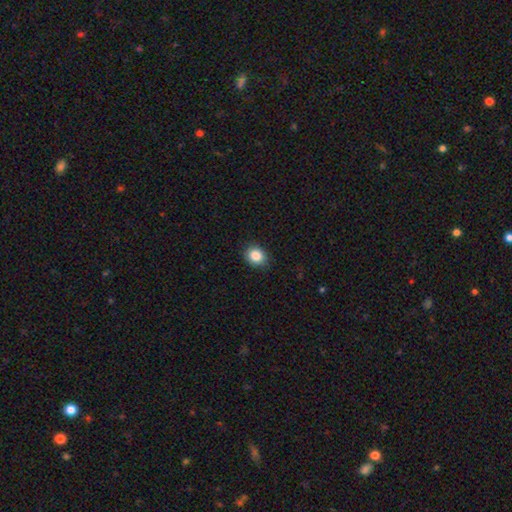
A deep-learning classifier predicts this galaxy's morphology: A smooth galaxy with no disk features (86%) that is round (67%).

Vote fractions:
- Smooth or featured? smooth: 86% / star or artifact: 9% / featured or disk: 4%
- How rounded? round: 67% / in between: 32% / cigar-shaped: 1%
- Merging? none: 88% / minor disturbance: 9% / major disturbance: 2% / merger: 1%